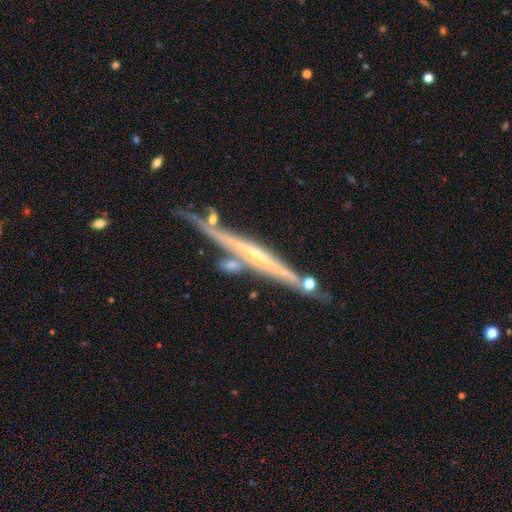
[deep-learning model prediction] Overall: featured or disk (77%). Edge-on disk: yes (96%). Edge-on bulge: none (60%; rounded 32%). Merging: none (72%).